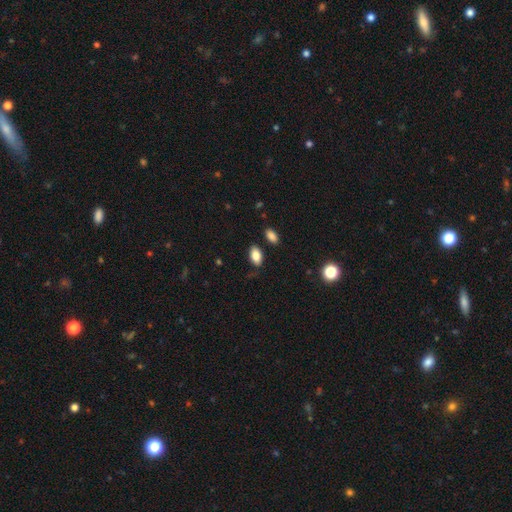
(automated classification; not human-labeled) This appears to be a smooth galaxy with no disk features (85%) that is in between round and cigar-shaped (92%). Merging: none (80%).